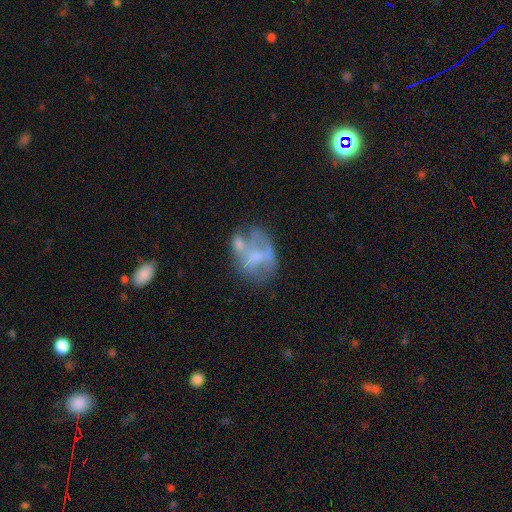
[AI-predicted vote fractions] smooth-or-featured: featured or disk: 54% | smooth: 36% | star or artifact: 10%
  disk-edge-on: no: 97% | yes: 3%
    bar: no: 71% | weak: 23% | strong: 6%
    has-spiral-arms: no: 75% | yes: 25%
    bulge-size: none: 37% | small: 31% | moderate: 27% | large: 4% | dominant: 1%
  merging: none: 32% | merger: 27% | major disturbance: 22% | minor disturbance: 19%